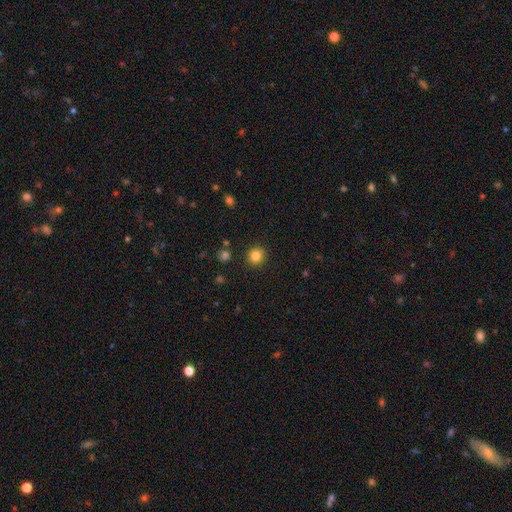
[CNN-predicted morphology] The model was most divided on "smooth or featured": smooth: 83%, star or artifact: 12%, featured or disk: 5%. More confident: merging — none (91%); how rounded — round (89%).